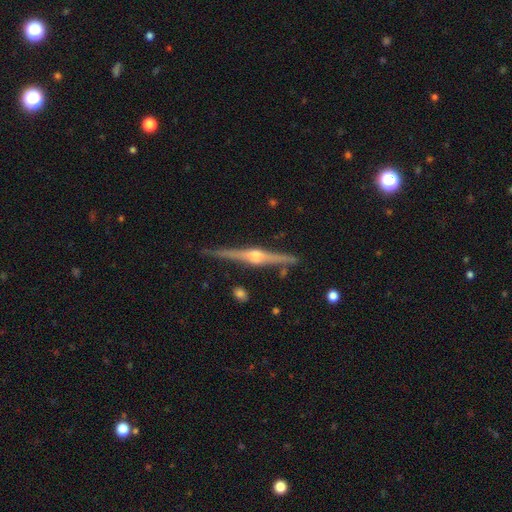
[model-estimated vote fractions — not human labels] This appears to be a featured or disk galaxy (89%) viewed edge-on (99%) with a rounded central bulge (92%). Merging: none (89%).